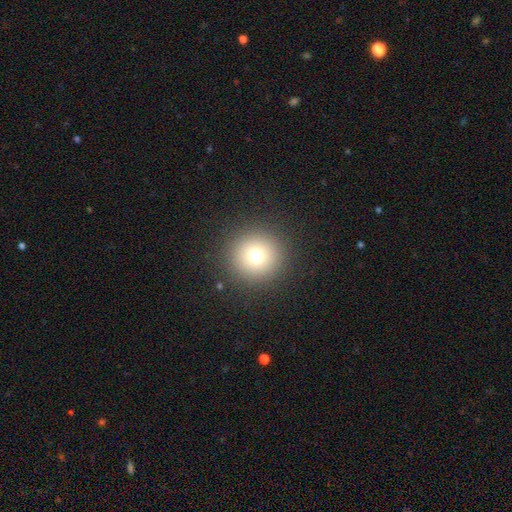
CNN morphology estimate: Smooth or featured: smooth — 72% (star or artifact — 17%)
How rounded: round — 96% (in between — 3%)
Merging: none — 91% (minor disturbance — 5%)